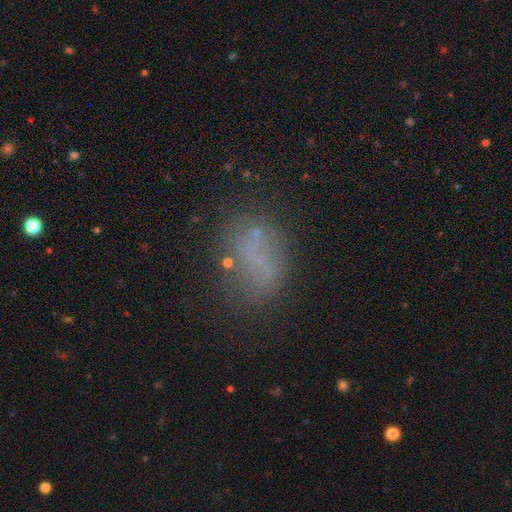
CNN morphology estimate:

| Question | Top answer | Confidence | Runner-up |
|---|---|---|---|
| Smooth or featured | smooth | 52% | featured or disk (28%) |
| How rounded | in between | 77% | round (19%) |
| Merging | none | 60% | minor disturbance (20%) |